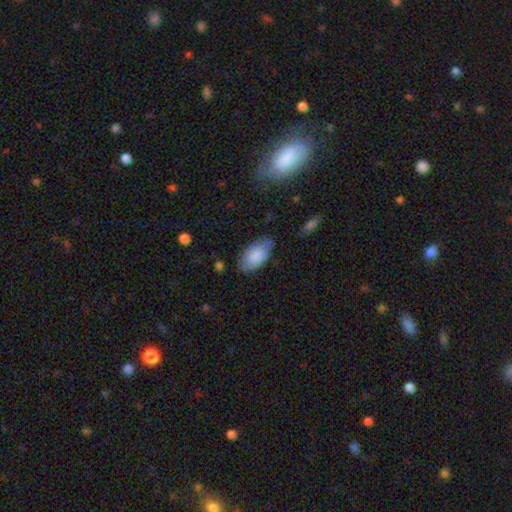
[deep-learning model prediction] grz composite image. It shows a smooth galaxy with no disk features (83%) that is in between round and cigar-shaped (95%). Merging: none (72%).